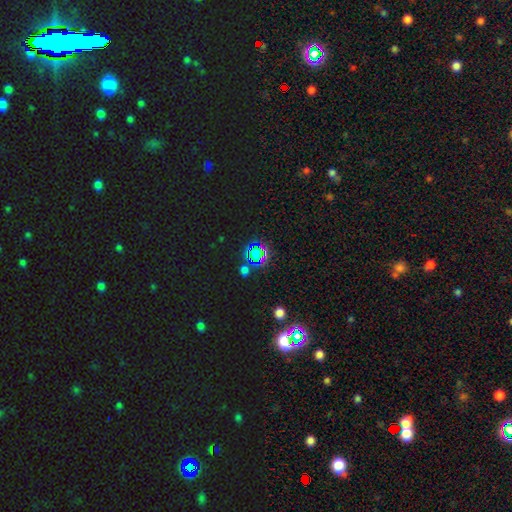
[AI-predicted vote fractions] star or artifact 67%, smooth 24%, featured or disk 9%.